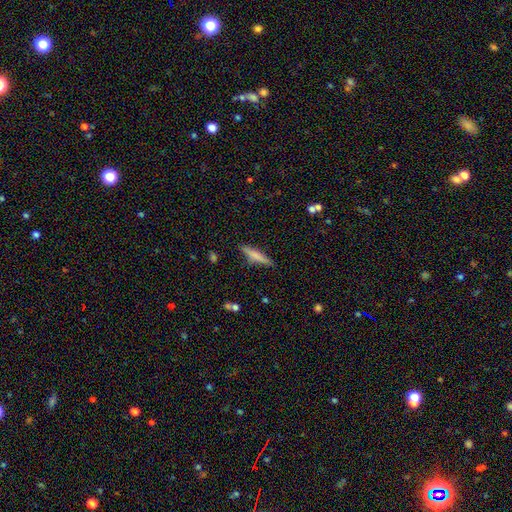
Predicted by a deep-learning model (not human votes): The model was most divided on "smooth or featured": smooth: 60%, featured or disk: 33%, star or artifact: 7%. More confident: how rounded — cigar-shaped (85%); merging — none (85%).